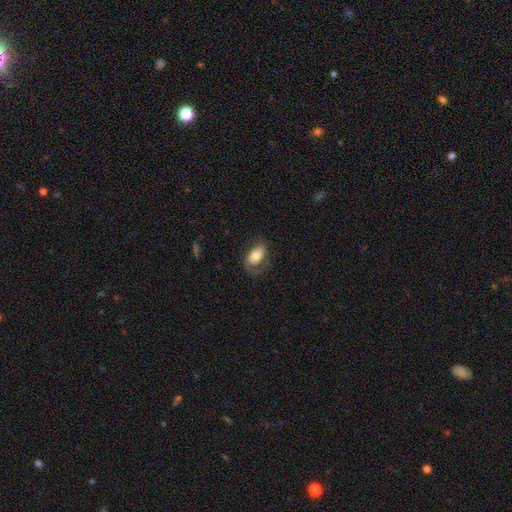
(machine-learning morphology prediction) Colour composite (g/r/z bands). It shows a smooth galaxy with no disk features (61%) that is in between round and cigar-shaped (90%). Merging: none (55%).